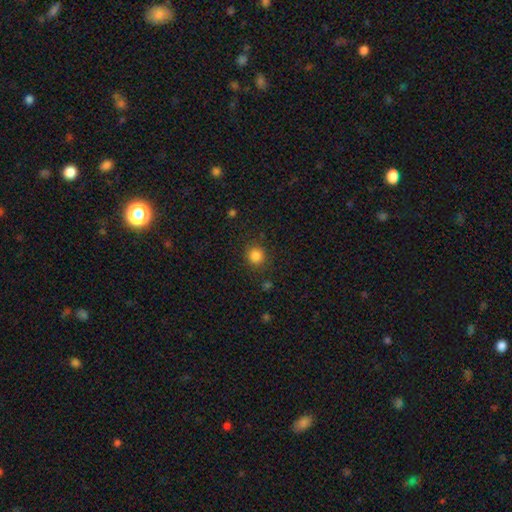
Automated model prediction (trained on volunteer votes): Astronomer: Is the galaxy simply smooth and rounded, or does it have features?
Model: smooth — 84%.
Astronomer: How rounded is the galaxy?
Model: round — 91%.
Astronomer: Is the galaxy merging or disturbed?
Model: none — 87%.